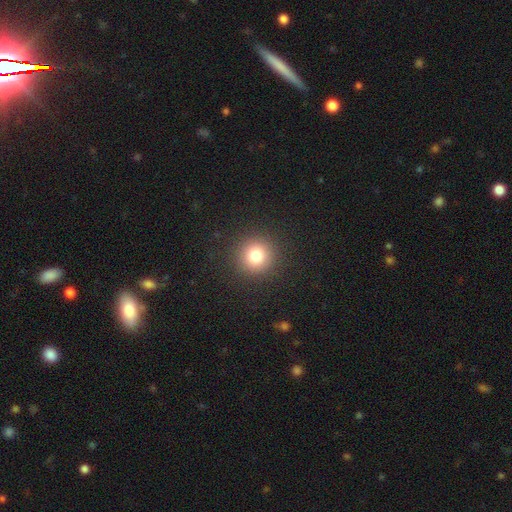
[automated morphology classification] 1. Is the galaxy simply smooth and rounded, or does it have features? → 80% smooth, 13% star or artifact, 7% featured or disk.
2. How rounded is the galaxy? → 94% round, 5% in between, 1% cigar-shaped.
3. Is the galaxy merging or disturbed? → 92% none, 5% minor disturbance, 2% major disturbance, 1% merger.